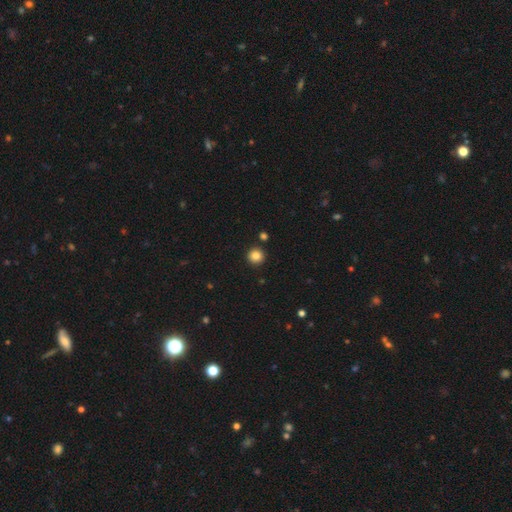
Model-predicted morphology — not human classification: This is clearly a smooth galaxy (85%). How rounded: clearly round (95%). Merging: clearly none (90%).